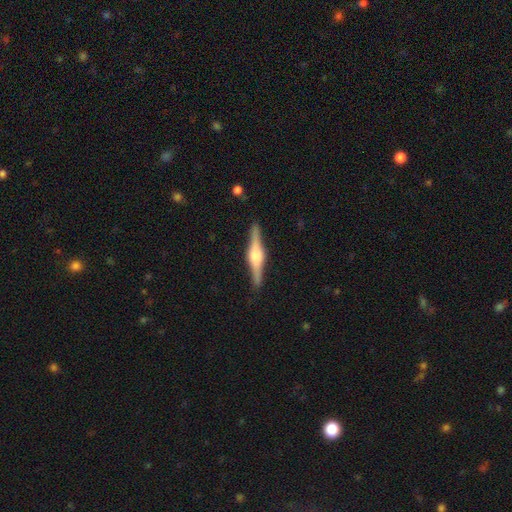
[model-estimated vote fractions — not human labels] featured or disk 82%, smooth 13%, star or artifact 5%. Down the decision tree: edge-on disk — yes (98%); edge-on bulge — rounded (80%); merging — none (90%).